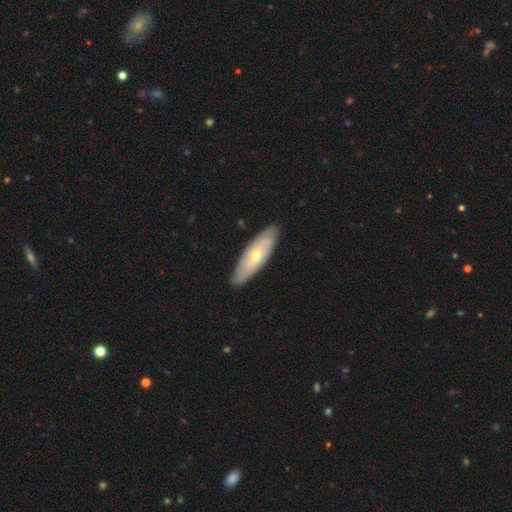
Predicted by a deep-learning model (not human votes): Smooth or featured? Predicted: featured or disk (p=0.58). Edge-on disk? Predicted: no (p=0.70). Merging? Predicted: none (p=0.86).